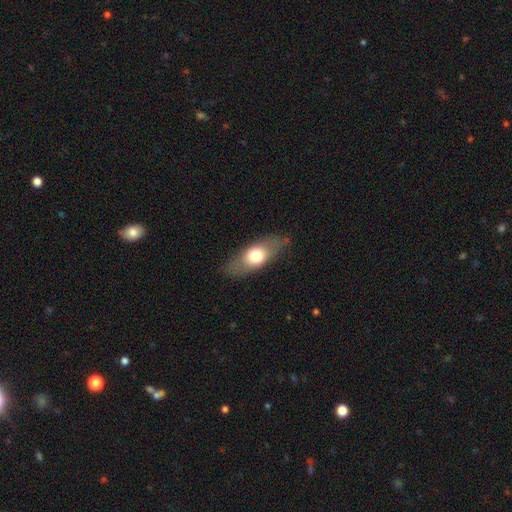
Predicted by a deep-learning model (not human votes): smooth-or-featured: smooth: 63% | featured or disk: 31% | star or artifact: 6%
  how-rounded: in between: 74% | cigar-shaped: 20% | round: 7%
  merging: none: 82% | minor disturbance: 13% | major disturbance: 4% | merger: 1%